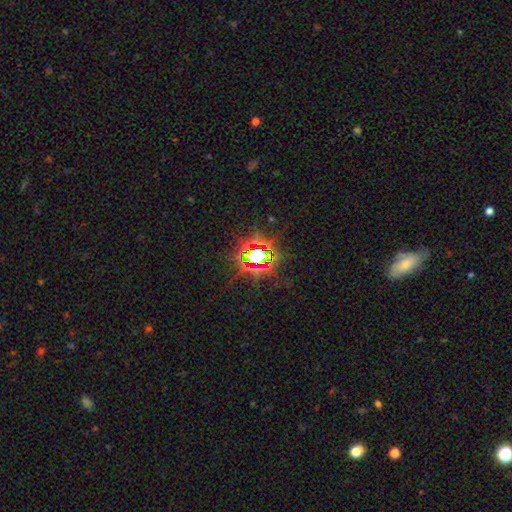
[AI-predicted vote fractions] A star or artifact, not a galaxy (79%).

Vote fractions:
- Smooth or featured? star or artifact: 79% / smooth: 11% / featured or disk: 10%